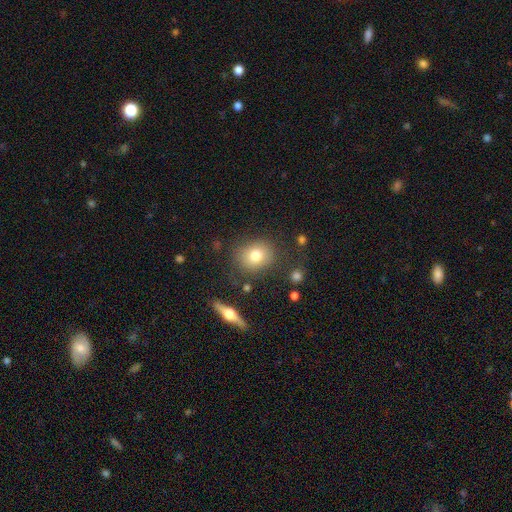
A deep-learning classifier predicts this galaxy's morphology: Smooth or featured: smooth — 76% (featured or disk — 14%)
How rounded: round — 64% (in between — 34%)
Merging: none — 80% (minor disturbance — 12%)